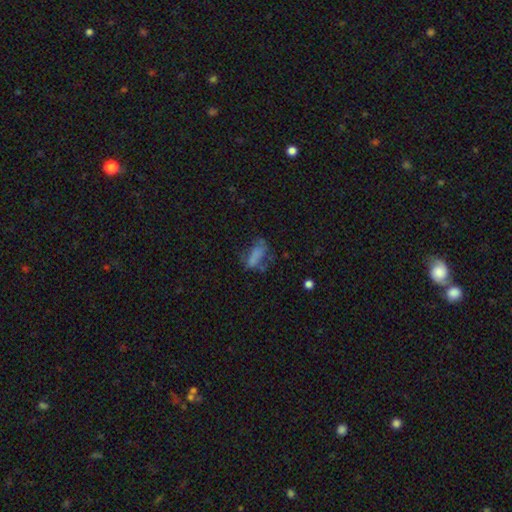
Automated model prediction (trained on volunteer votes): A smooth galaxy with no disk features (60%) that is in between round and cigar-shaped (72%). Merging: none (37%).